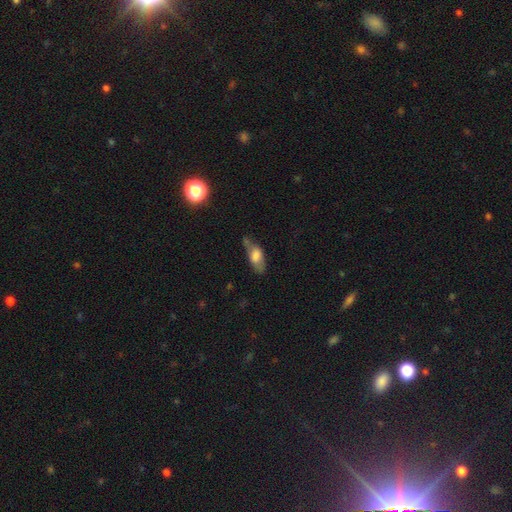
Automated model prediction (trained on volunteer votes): smooth-or-featured: smooth: 64% | featured or disk: 28% | star or artifact: 8%
  how-rounded: in between: 77% | cigar-shaped: 20% | round: 4%
  merging: none: 46% | minor disturbance: 32% | major disturbance: 16% | merger: 6%